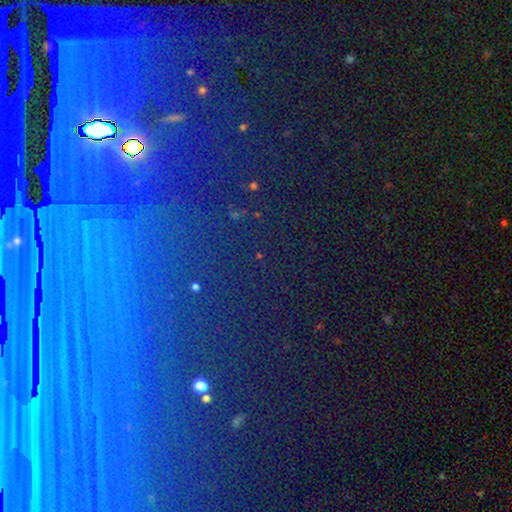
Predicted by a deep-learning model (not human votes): Smooth or featured? Predicted: star or artifact (p=0.65).